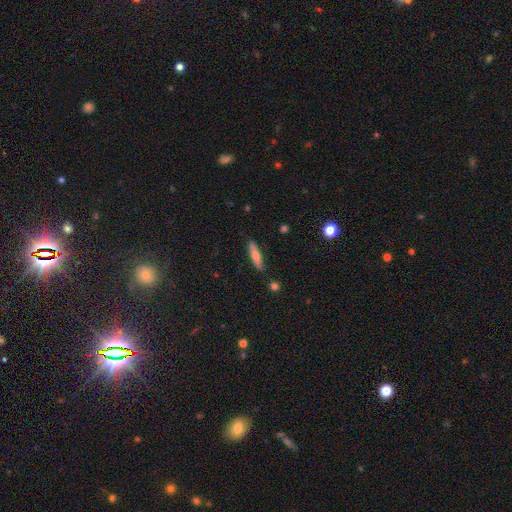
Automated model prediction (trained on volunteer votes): A smooth galaxy with no disk features (64%) that is cigar-shaped (74%). Merging: none (86%).